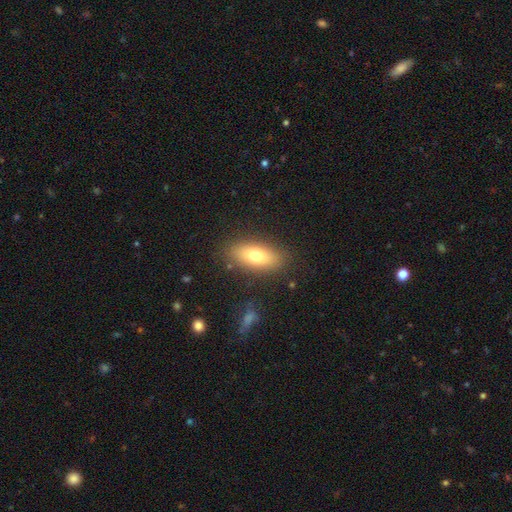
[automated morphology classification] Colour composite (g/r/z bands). It shows a smooth galaxy with no disk features (72%) that is in between round and cigar-shaped (77%). Merging: none (85%).